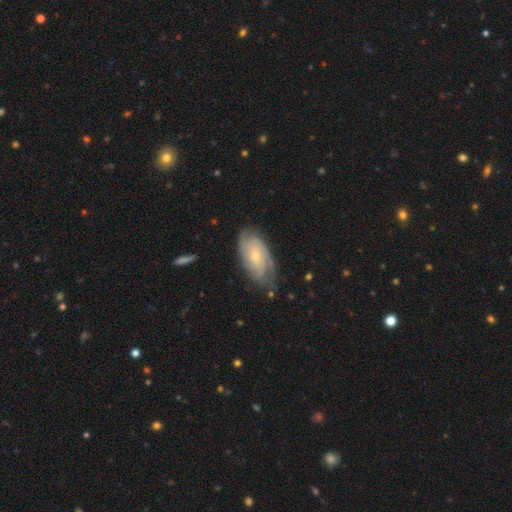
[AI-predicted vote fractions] Smooth or featured: featured or disk — 77% (smooth — 17%)
Edge-on disk: no — 95% (yes — 5%)
Bar: no — 67% (weak — 28%)
Spiral arms: yes — 94% (no — 6%)
Spiral winding: tight — 69% (medium — 25%)
Spiral arm count: can't tell — 38% (2 — 28%)
Bulge size: small — 70% (moderate — 26%)
Merging: none — 71% (minor disturbance — 21%)